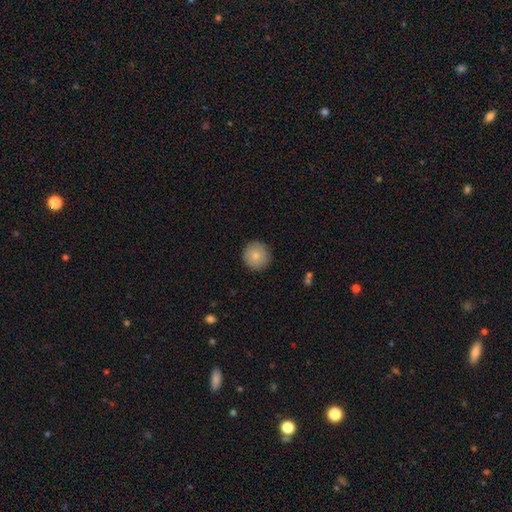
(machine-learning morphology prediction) Overall: smooth (82%). How rounded: round (94%). Merging: none (90%).